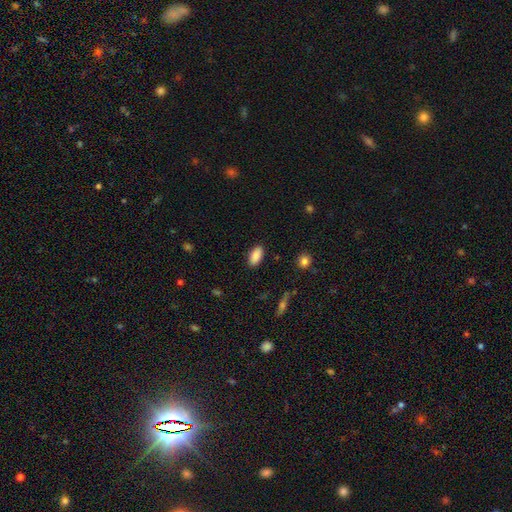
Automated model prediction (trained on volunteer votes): Smooth or featured? Predicted: smooth (p=0.88). How rounded? Predicted: in between (p=0.90). Merging? Predicted: none (p=0.88).